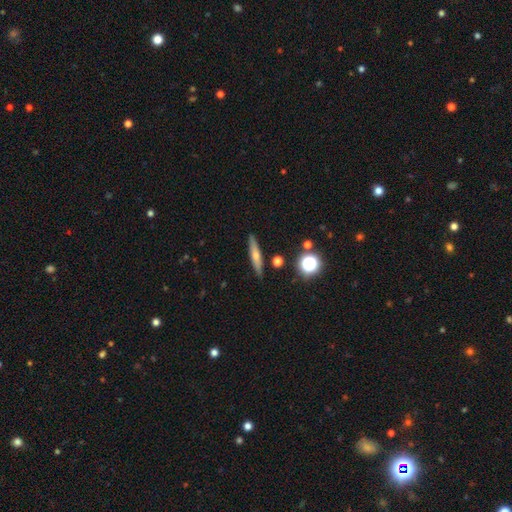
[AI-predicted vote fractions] Morphology: type=smooth (53%); roundness=cigar-shaped (85%); merging=none (87%).